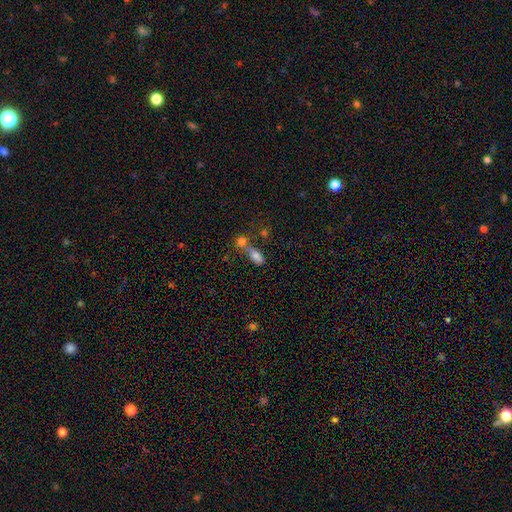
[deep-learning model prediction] Smooth or featured: smooth — 77% (star or artifact — 12%)
How rounded: in between — 77% (cigar-shaped — 14%)
Merging: merger — 49% (none — 32%)